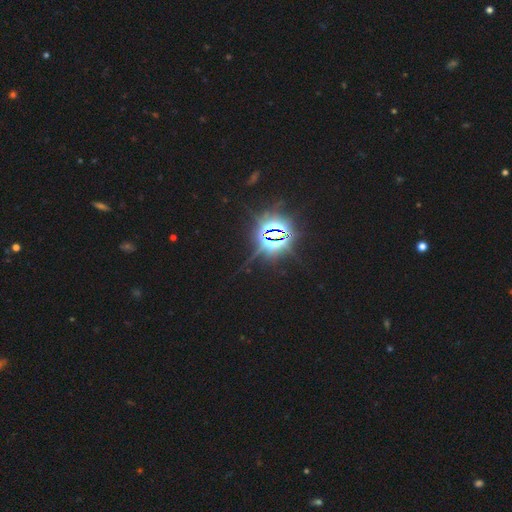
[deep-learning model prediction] This is clearly a star or artifact rather than a galaxy (86%).